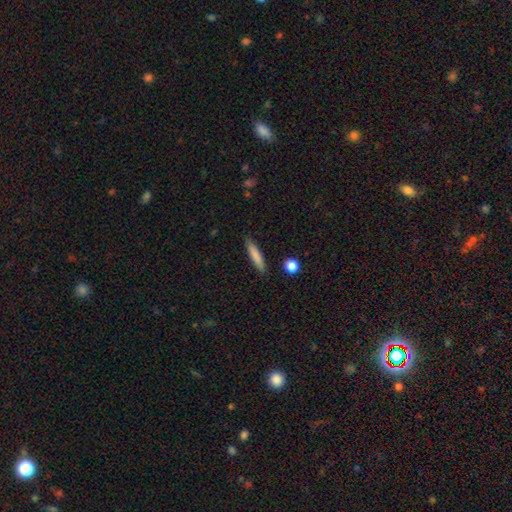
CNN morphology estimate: A smooth galaxy with no disk features (81%) that is cigar-shaped (88%). Merging: none (87%).